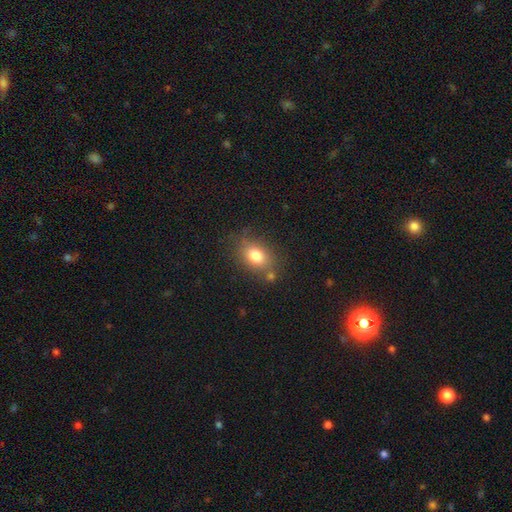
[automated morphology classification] This appears to be a smooth galaxy with no disk features (79%) that is in between round and cigar-shaped (70%). Merging: none (71%).